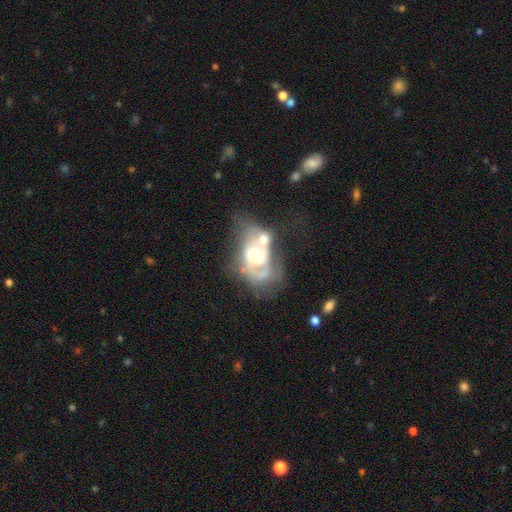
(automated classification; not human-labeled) Overall: featured or disk (73%). Edge-on disk: no (97%). Bar: no (53%; weak 36%). Spiral arms: yes (70%; no 30%). Bulge size: moderate (44%; large 21%). Merging: merger (43%; major disturbance 26%).